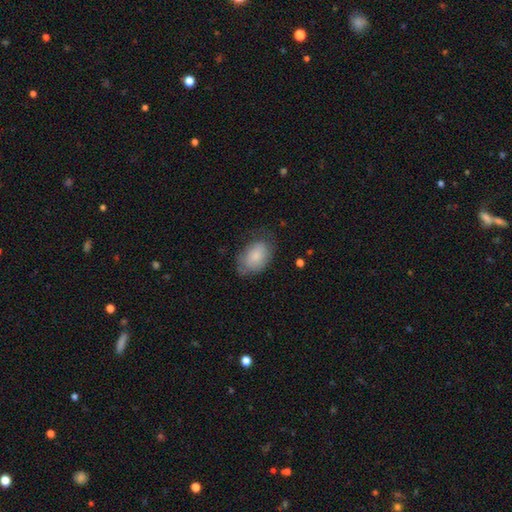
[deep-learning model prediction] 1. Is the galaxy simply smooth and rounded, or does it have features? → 79% smooth, 14% featured or disk, 7% star or artifact.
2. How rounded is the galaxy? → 85% in between, 14% round, 1% cigar-shaped.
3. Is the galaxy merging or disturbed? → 60% none, 28% minor disturbance, 11% major disturbance, 1% merger.